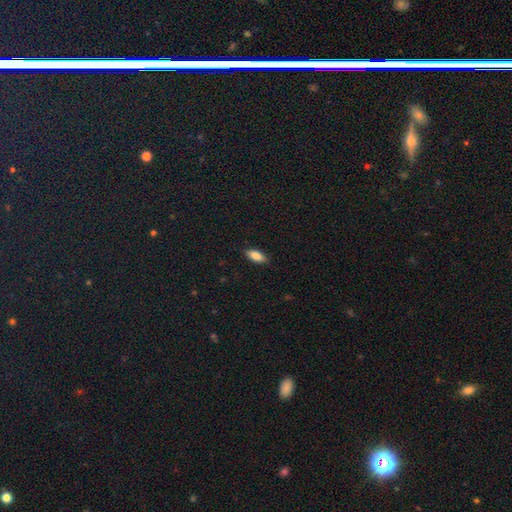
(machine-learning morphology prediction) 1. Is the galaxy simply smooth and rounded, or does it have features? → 83% smooth, 10% featured or disk, 7% star or artifact.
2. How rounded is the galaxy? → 78% in between, 19% cigar-shaped, 2% round.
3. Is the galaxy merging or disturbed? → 87% none, 10% minor disturbance, 2% major disturbance, 1% merger.